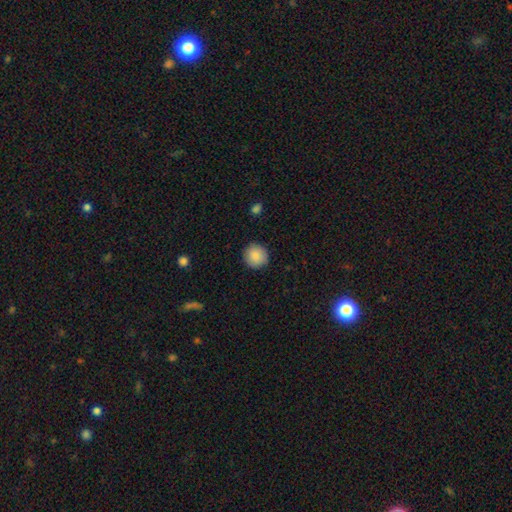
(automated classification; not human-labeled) smooth_or_featured: smooth (p=0.87) [alt: star or artifact p=0.08]
how_rounded: round (p=0.93) [alt: in between p=0.06]
merging: none (p=0.90) [alt: minor disturbance p=0.07]